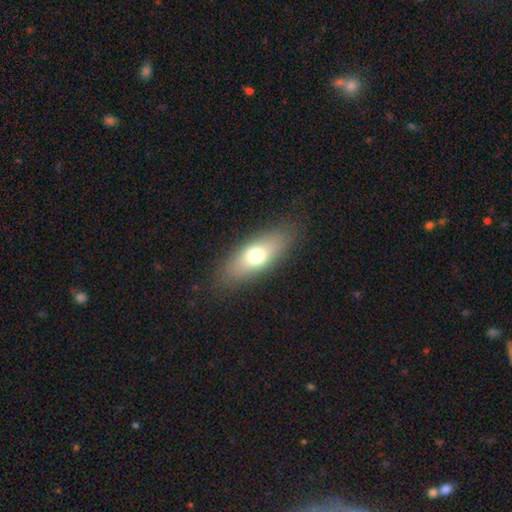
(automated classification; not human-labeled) smooth 68%, featured or disk 24%, star or artifact 8%. Down the decision tree: how rounded — in between (70%); merging — none (85%).